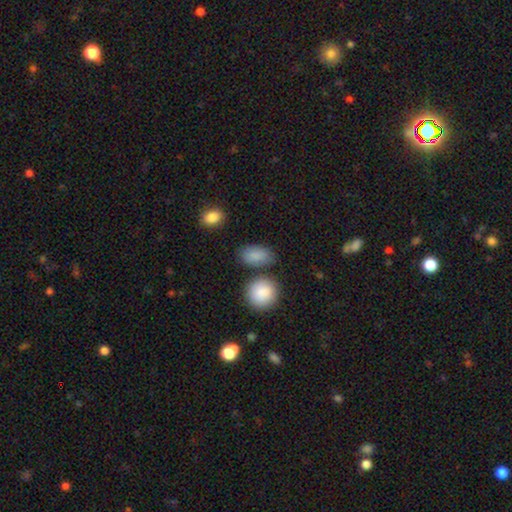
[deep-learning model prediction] Q: Smooth or featured?
A: smooth (87%); runner-up: star or artifact (7%)
Q: How rounded?
A: in between (87%); runner-up: round (11%)
Q: Merging?
A: none (70%); runner-up: minor disturbance (15%)